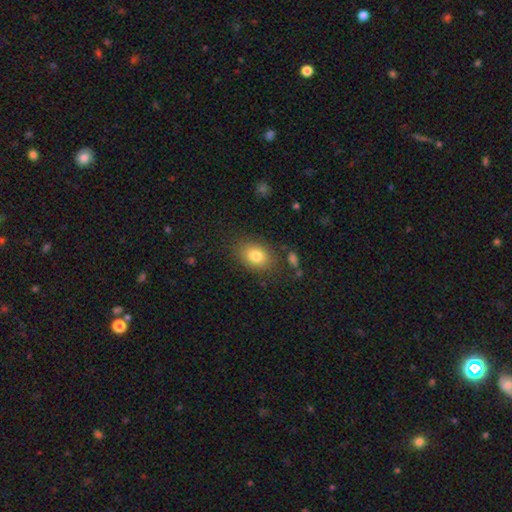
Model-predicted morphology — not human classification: Q: Smooth or featured?
A: smooth (81%); runner-up: featured or disk (10%)
Q: How rounded?
A: in between (73%); runner-up: round (26%)
Q: Merging?
A: none (81%); runner-up: minor disturbance (12%)